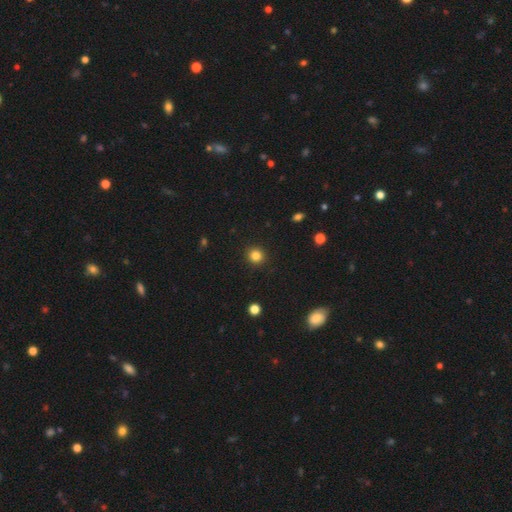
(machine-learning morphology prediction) This is clearly a smooth galaxy (83%). How rounded: clearly round (92%). Merging: clearly none (92%).